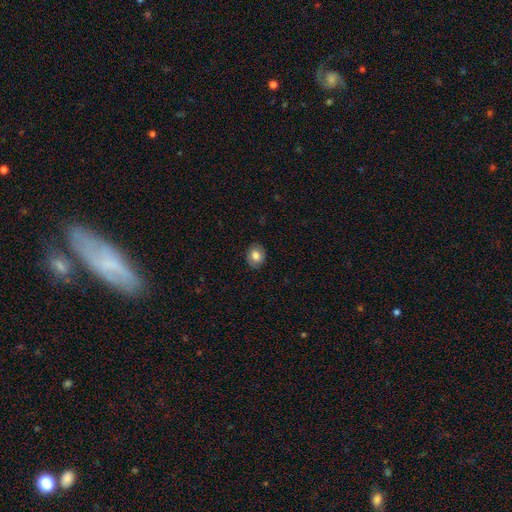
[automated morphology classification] type=smooth (77%); roundness=round (57%); merging=none (86%).